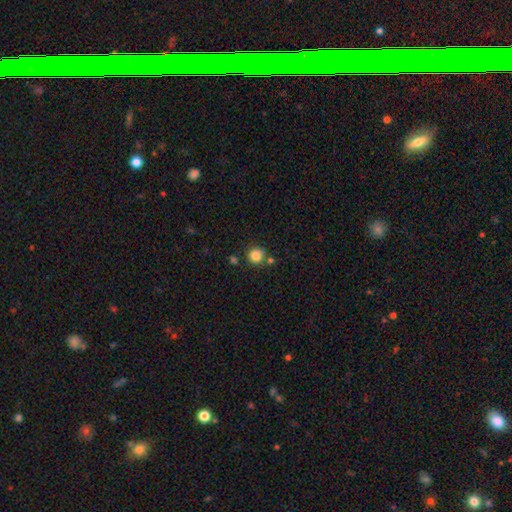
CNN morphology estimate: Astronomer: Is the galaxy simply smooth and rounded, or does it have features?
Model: smooth — 84%.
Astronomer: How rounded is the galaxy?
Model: round — 92%.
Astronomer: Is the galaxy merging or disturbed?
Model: none — 78%.